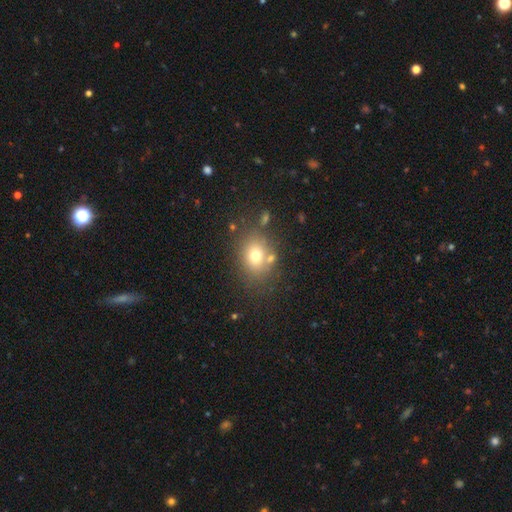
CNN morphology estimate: A smooth galaxy with no disk features (72%) that is round (51%).

Vote fractions:
- Smooth or featured? smooth: 72% / featured or disk: 15% / star or artifact: 14%
- How rounded? round: 51% / in between: 48% / cigar-shaped: 1%
- Merging? none: 71% / minor disturbance: 13% / merger: 10% / major disturbance: 5%